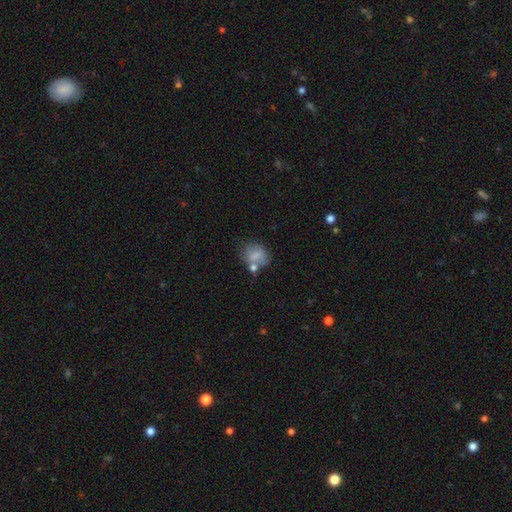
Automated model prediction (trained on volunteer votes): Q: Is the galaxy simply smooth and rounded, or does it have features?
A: smooth — 72%.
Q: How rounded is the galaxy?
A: round — 57%.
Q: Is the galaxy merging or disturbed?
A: none — 48%.